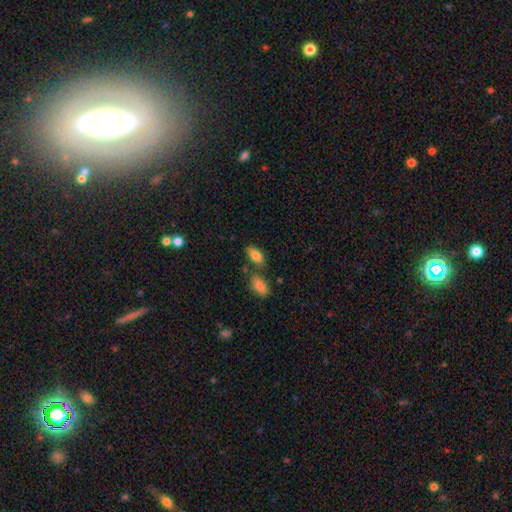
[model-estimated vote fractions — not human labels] Smooth or featured? smooth (80%)
How rounded? in between (87%)
Merging? none (64%)